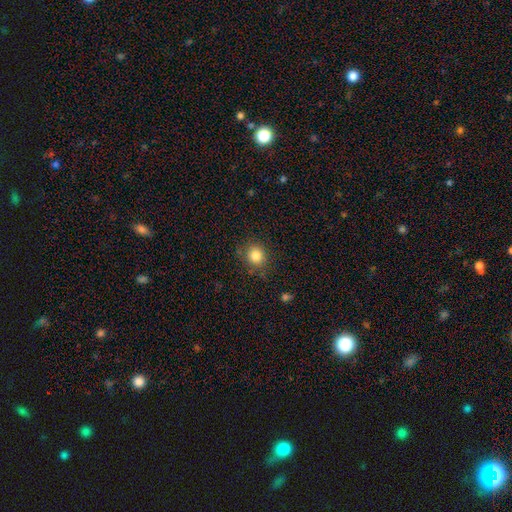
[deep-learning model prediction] Smooth or featured? Predicted: smooth (p=0.84). How rounded? Predicted: round (p=0.81). Merging? Predicted: none (p=0.82).